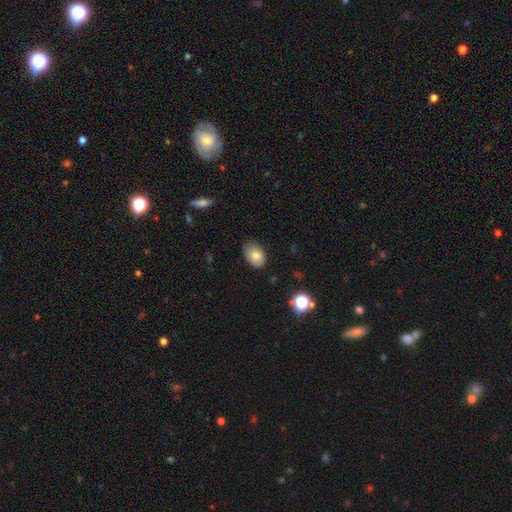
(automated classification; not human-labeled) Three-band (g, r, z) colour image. It shows a smooth galaxy with no disk features (81%) that is in between round and cigar-shaped (85%). Merging: none (80%).